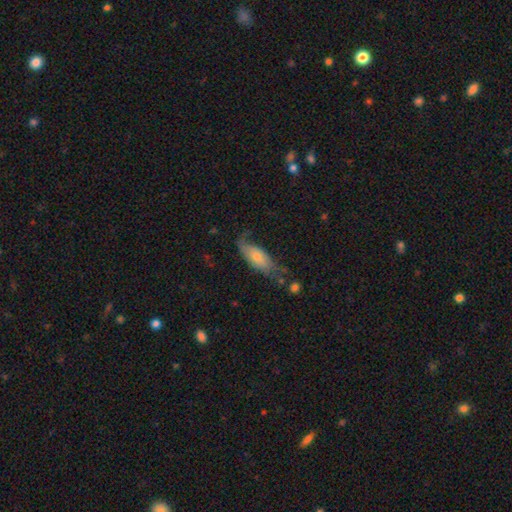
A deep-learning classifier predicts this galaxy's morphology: smooth 57%, featured or disk 36%, star or artifact 7%. Down the decision tree: how rounded — in between (73%); merging — none (48%).